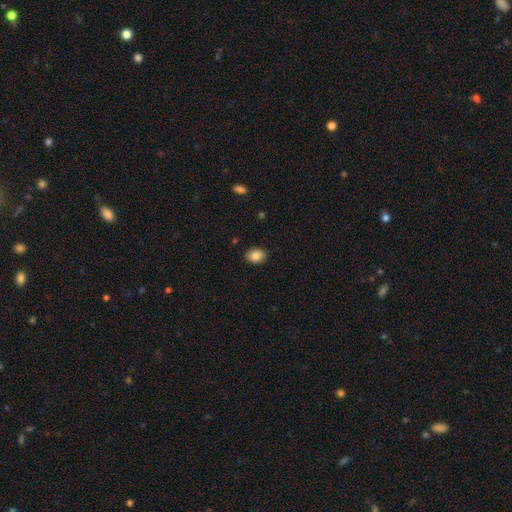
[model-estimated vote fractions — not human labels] A smooth galaxy with no disk features (87%) that is in between round and cigar-shaped (68%). Merging: none (88%).